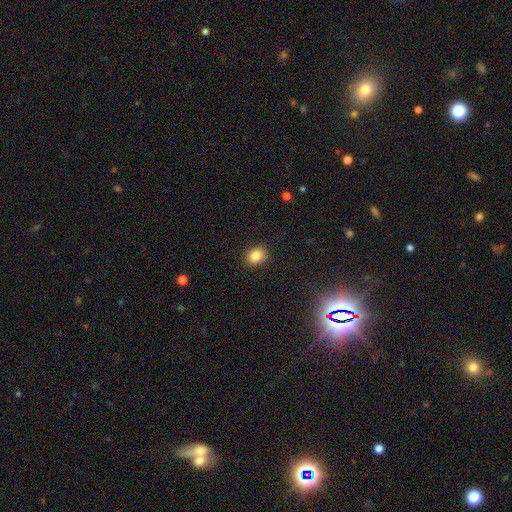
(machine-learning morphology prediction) Smooth or featured: smooth — 85% (star or artifact — 10%)
How rounded: round — 58% (in between — 41%)
Merging: none — 88% (minor disturbance — 9%)